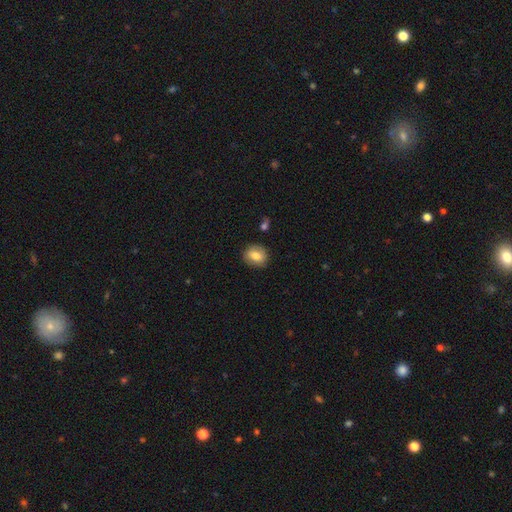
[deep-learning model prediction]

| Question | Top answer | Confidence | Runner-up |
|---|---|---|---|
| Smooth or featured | smooth | 78% | featured or disk (13%) |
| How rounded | round | 66% | in between (33%) |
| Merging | none | 85% | minor disturbance (11%) |